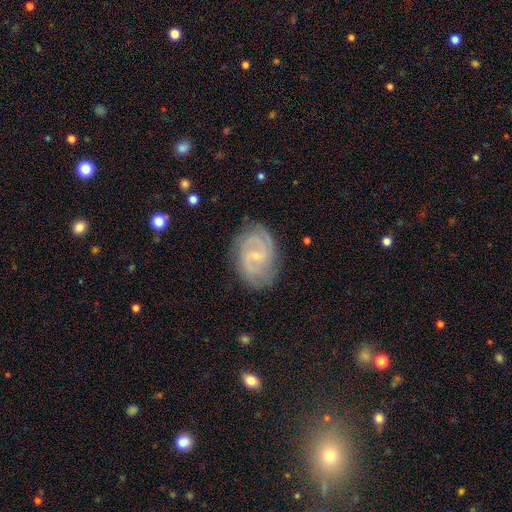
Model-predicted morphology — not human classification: The model was most divided on "spiral winding": tight: 48%, medium: 42%, loose: 11%. More confident: edge-on disk — no (97%); spiral arms — yes (97%); smooth or featured — featured or disk (85%); merging — none (79%); bulge size — small (78%); spiral arm count — 2 (59%); bar — weak (52%).